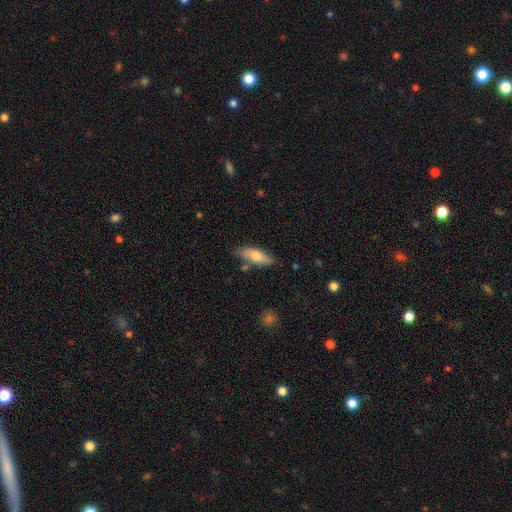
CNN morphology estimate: This is likely a smooth galaxy (70%). How rounded: likely in between (64%). Merging: likely none (73%).